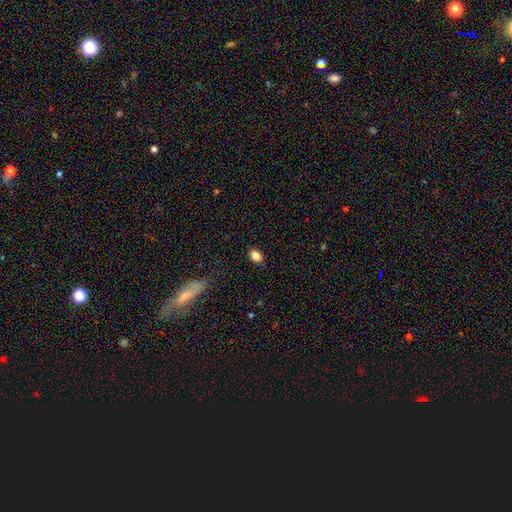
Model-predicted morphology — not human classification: This is clearly a smooth galaxy (84%). How rounded: likely in between (74%). Merging: clearly none (86%).